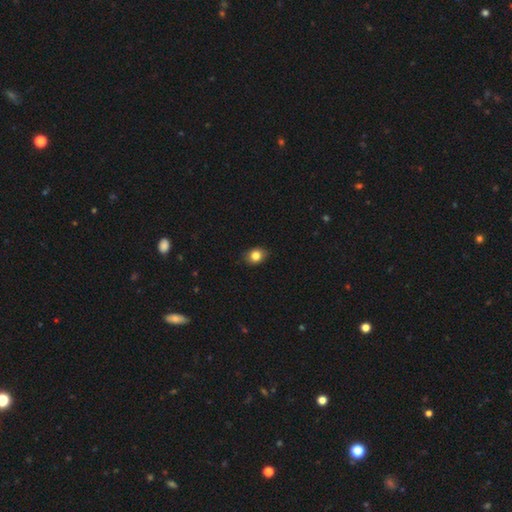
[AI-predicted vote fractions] The model was most divided on "how rounded": in between: 53%, round: 46%, cigar-shaped: 1%. More confident: merging — none (84%); smooth or featured — smooth (83%).